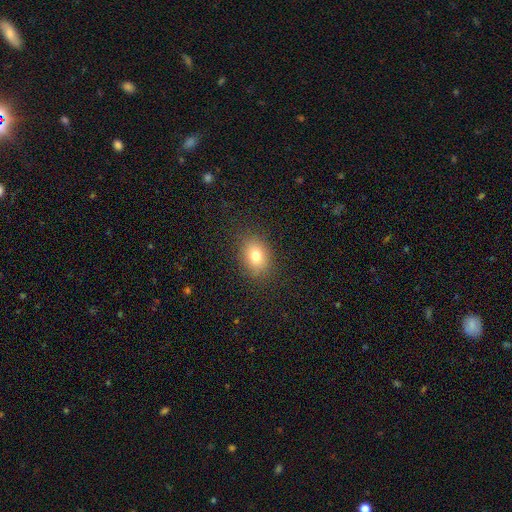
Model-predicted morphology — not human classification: Smooth or featured? Predicted: smooth (p=0.77). How rounded? Predicted: in between (p=0.61). Merging? Predicted: none (p=0.85).